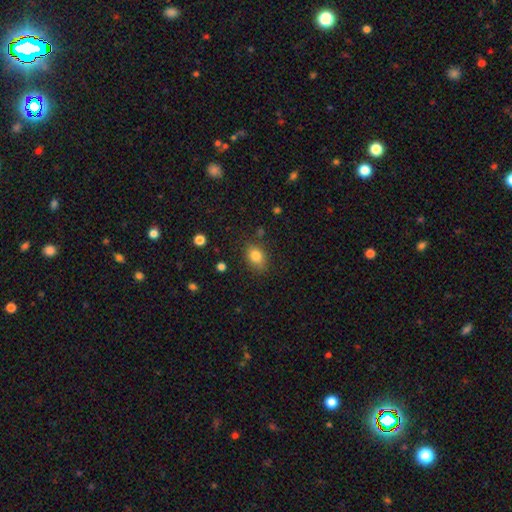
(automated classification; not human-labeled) A smooth galaxy with no disk features (82%) that is in between round and cigar-shaped (73%). Merging: none (78%).